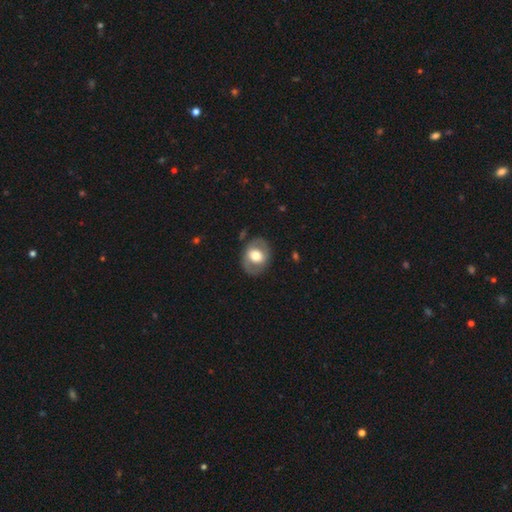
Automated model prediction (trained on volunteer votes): Smooth or featured: smooth — 50% (featured or disk — 44%)
Merging: none — 81% (minor disturbance — 12%)